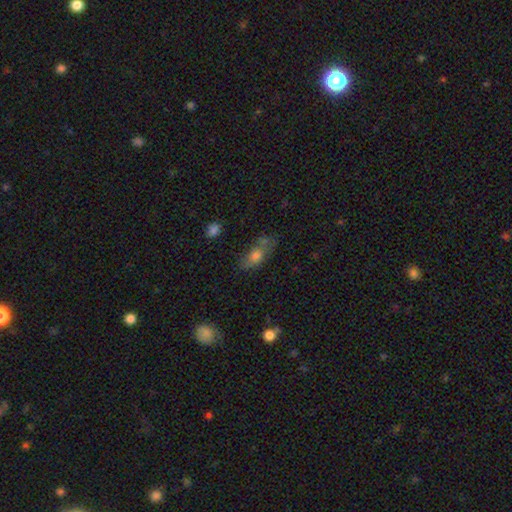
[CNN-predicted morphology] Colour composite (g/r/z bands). It shows a smooth galaxy with no disk features (68%) that is in between round and cigar-shaped (77%). Merging: none (48%).